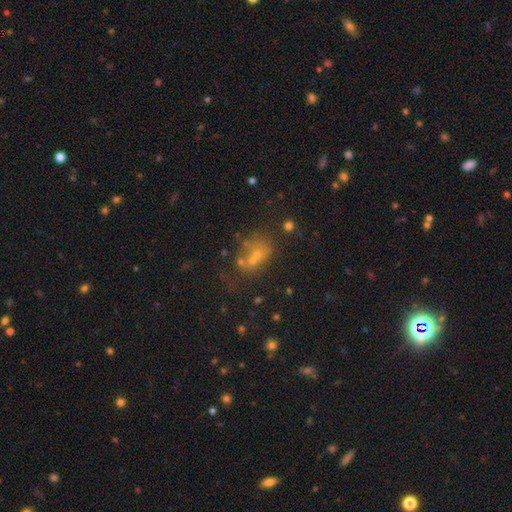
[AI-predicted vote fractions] smooth-or-featured: smooth: 48% | star or artifact: 28% | featured or disk: 24%
  merging: merger: 39% | none: 36% | minor disturbance: 13% | major disturbance: 12%